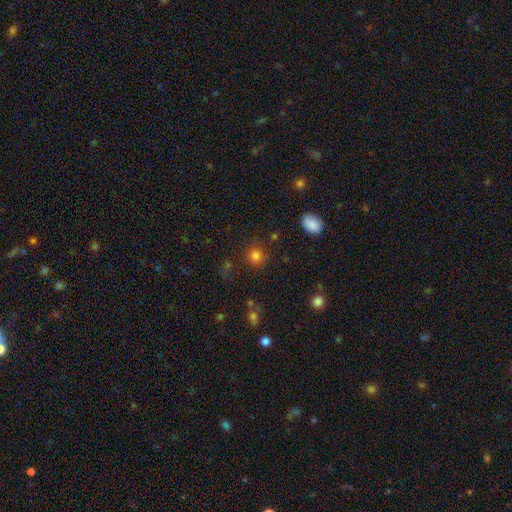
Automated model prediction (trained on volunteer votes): Smooth or featured? smooth (79%)
How rounded? round (86%)
Merging? none (84%)